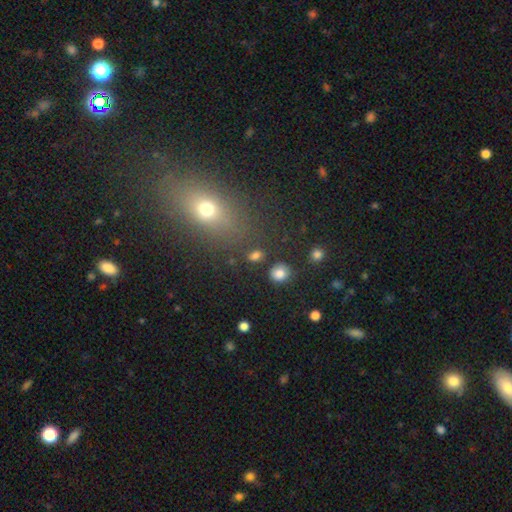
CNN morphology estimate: smooth-or-featured: smooth: 74% | star or artifact: 19% | featured or disk: 7%
  how-rounded: round: 74% | in between: 24% | cigar-shaped: 2%
  merging: none: 84% | minor disturbance: 8% | merger: 5% | major disturbance: 4%